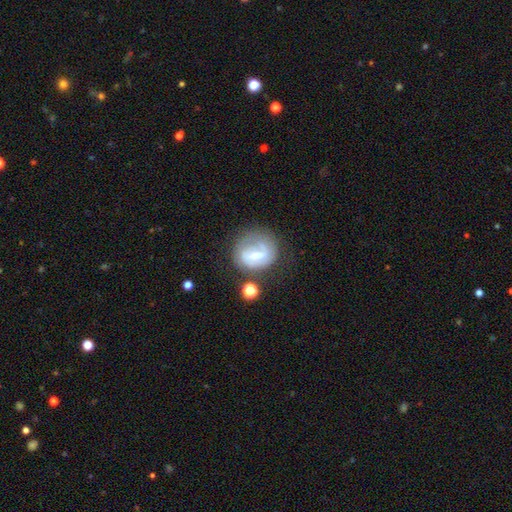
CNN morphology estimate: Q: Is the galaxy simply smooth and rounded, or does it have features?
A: featured or disk — 62%.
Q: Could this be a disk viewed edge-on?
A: no — 96%.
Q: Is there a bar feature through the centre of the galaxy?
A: weak — 46%.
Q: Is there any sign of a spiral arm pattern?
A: yes — 65%.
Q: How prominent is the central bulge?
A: moderate — 47%.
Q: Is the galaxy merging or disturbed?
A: none — 54%.